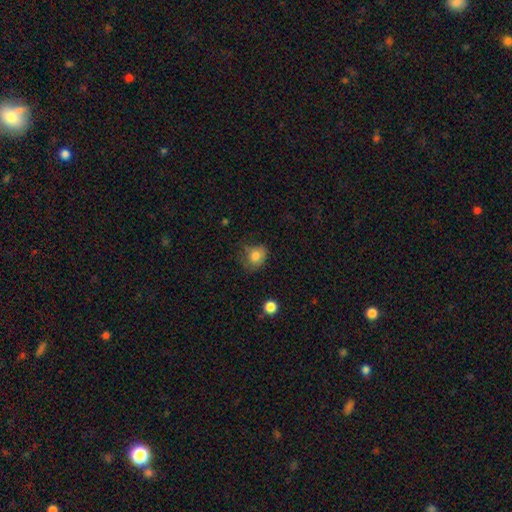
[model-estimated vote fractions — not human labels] A smooth galaxy with no disk features (80%) that is round (63%). Merging: none (53%).